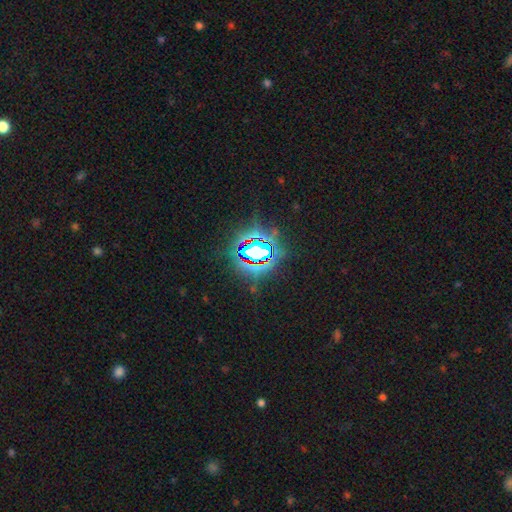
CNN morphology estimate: A star or artifact, not a galaxy (81%).

Vote fractions:
- Smooth or featured? star or artifact: 81% / smooth: 10% / featured or disk: 8%